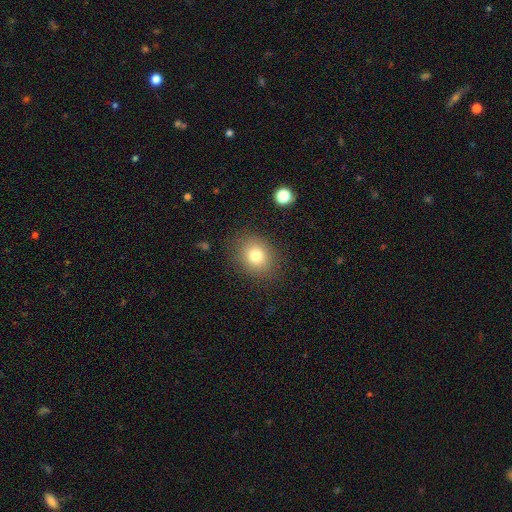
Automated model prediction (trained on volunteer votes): smooth_or_featured: smooth (p=0.78) [alt: star or artifact p=0.12]
how_rounded: round (p=0.60) [alt: in between p=0.39]
merging: none (p=0.85) [alt: minor disturbance p=0.10]